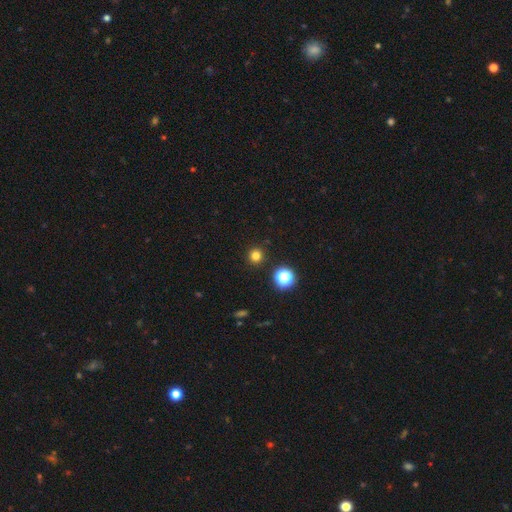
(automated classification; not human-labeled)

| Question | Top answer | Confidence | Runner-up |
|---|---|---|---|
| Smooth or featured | smooth | 78% | star or artifact (17%) |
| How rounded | round | 95% | in between (4%) |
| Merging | none | 92% | minor disturbance (4%) |